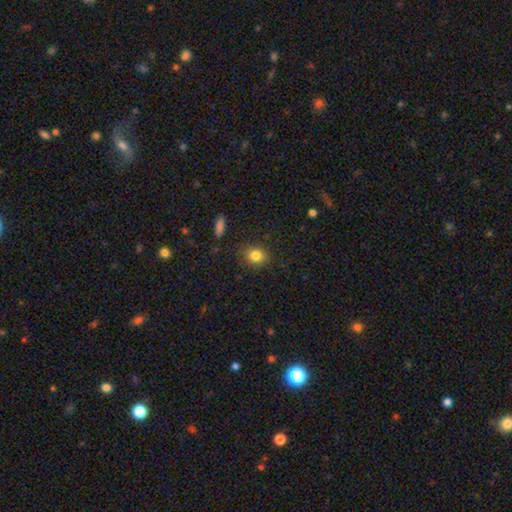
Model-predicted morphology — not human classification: A smooth galaxy with no disk features (83%) that is round (63%).

Vote fractions:
- Smooth or featured? smooth: 83% / star or artifact: 11% / featured or disk: 6%
- How rounded? round: 63% / in between: 36% / cigar-shaped: 1%
- Merging? none: 85% / minor disturbance: 11% / major disturbance: 3% / merger: 1%